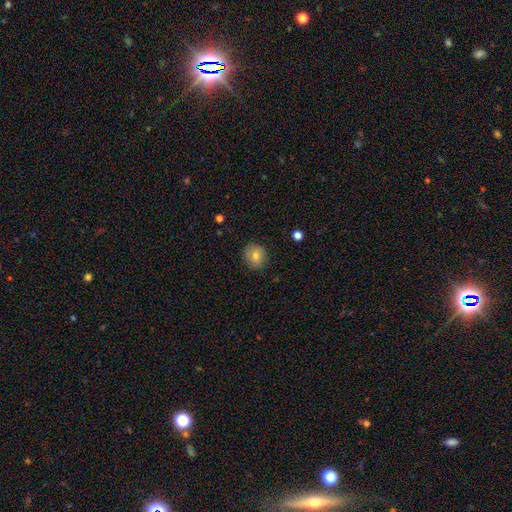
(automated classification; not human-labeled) Smooth or featured: smooth — 75% (featured or disk — 15%)
How rounded: round — 87% (in between — 12%)
Merging: none — 87% (minor disturbance — 10%)